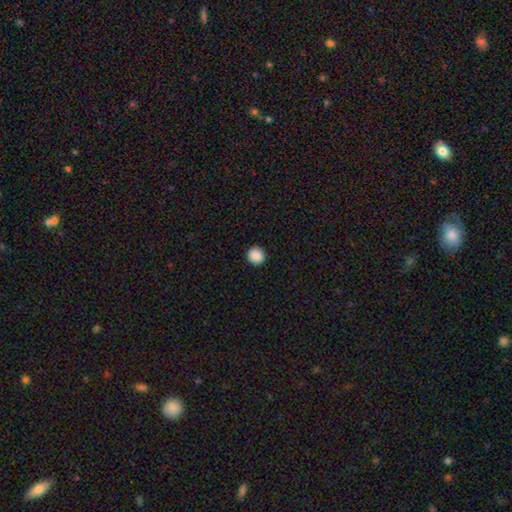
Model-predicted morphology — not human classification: This is clearly a smooth galaxy (89%). How rounded: clearly round (90%). Merging: clearly none (92%).